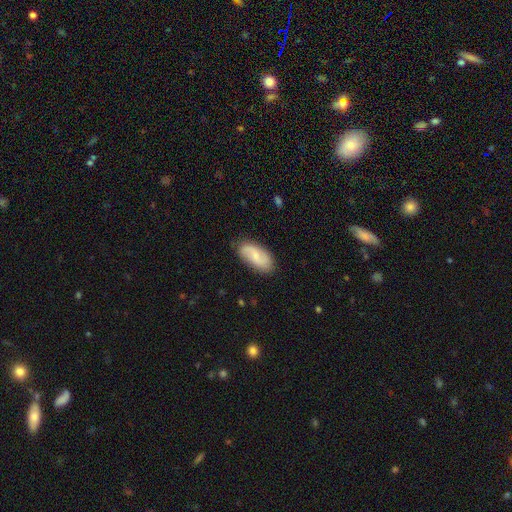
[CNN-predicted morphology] The model was most divided on "smooth or featured": featured or disk: 52%, smooth: 42%, star or artifact: 6%. More confident: edge-on disk — no (95%); merging — none (82%).